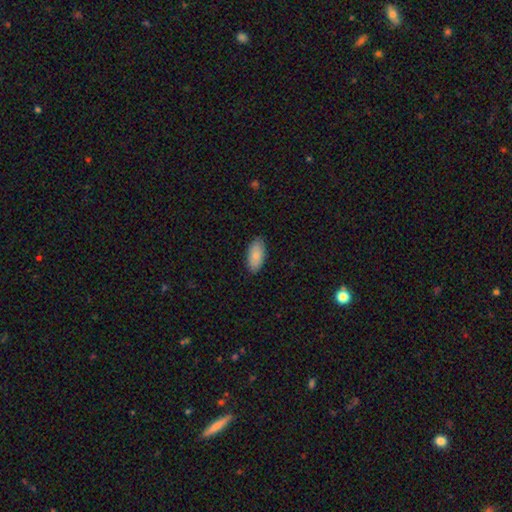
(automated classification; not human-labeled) Smooth or featured? Predicted: smooth (p=0.86). How rounded? Predicted: in between (p=0.93). Merging? Predicted: none (p=0.86).